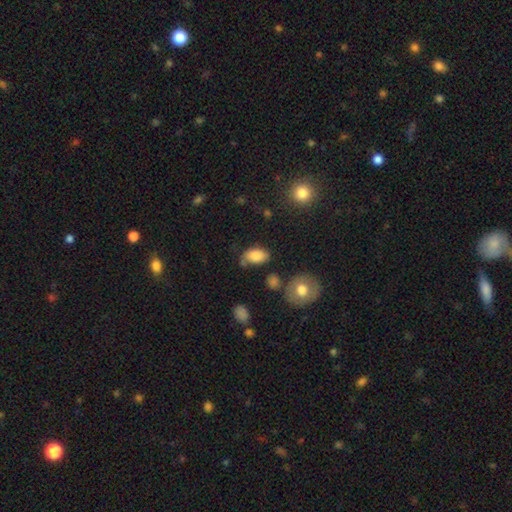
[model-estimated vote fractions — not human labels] Smooth or featured?
  - smooth: 83% *
  - featured or disk: 9%
  - star or artifact: 8%
How rounded?
  - in between: 90% *
  - round: 8%
  - cigar-shaped: 2%
Merging?
  - none: 59% *
  - minor disturbance: 26%
  - major disturbance: 8%
  - merger: 7%